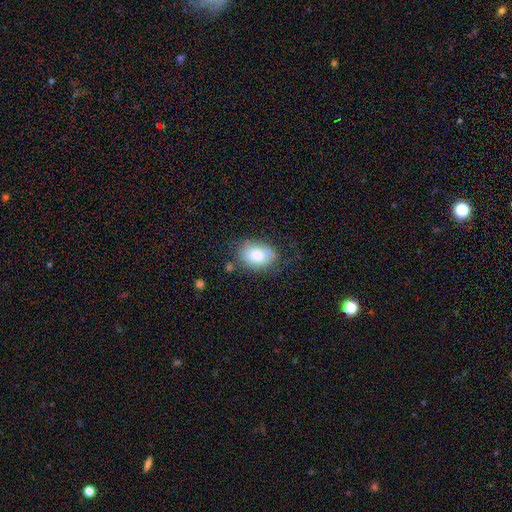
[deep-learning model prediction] Smooth or featured? smooth (77%)
How rounded? in between (78%)
Merging? none (67%)